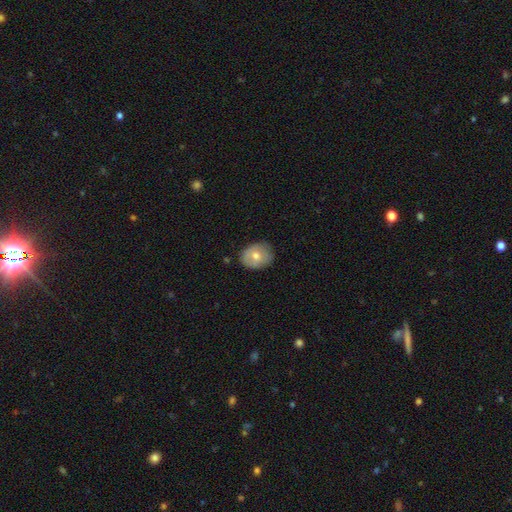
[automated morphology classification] type=smooth (63%); roundness=round (52%); merging=none (79%).